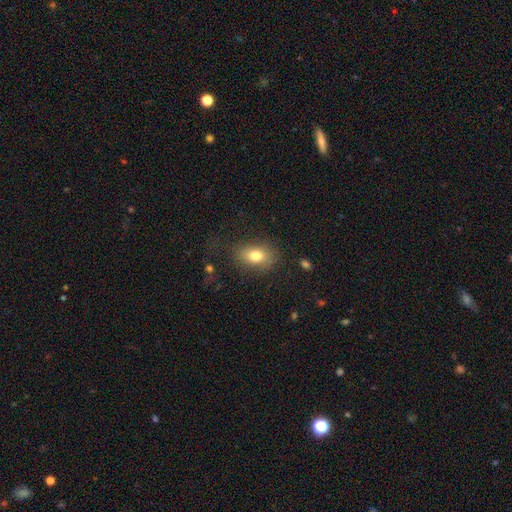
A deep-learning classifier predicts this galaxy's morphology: type=smooth (78%); roundness=in between (81%); merging=none (73%).